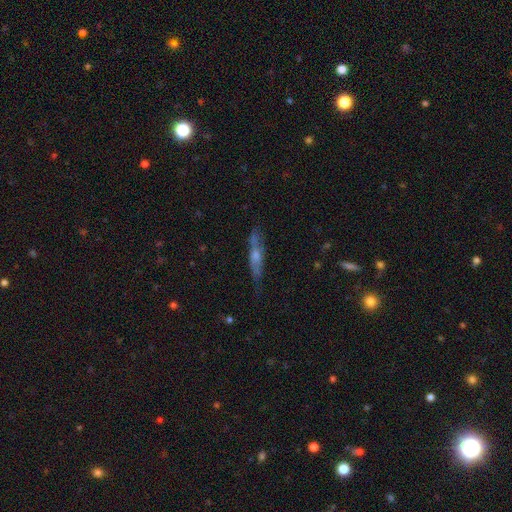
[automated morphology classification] A featured or disk galaxy (52%) viewed edge-on (74%). Merging: none (65%).